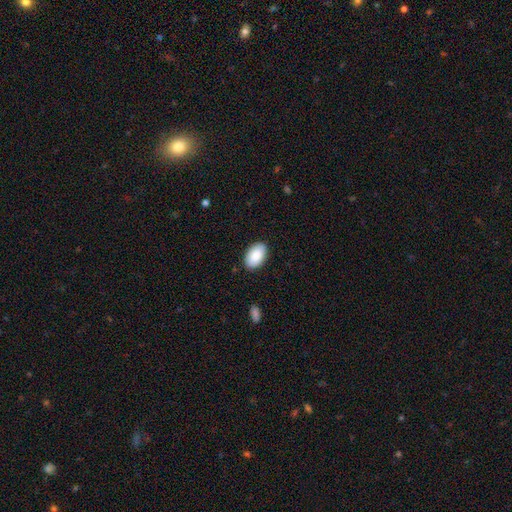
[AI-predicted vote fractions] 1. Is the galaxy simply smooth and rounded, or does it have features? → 89% smooth, 6% star or artifact, 6% featured or disk.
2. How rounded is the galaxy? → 94% in between, 5% round, 1% cigar-shaped.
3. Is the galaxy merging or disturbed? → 88% none, 9% minor disturbance, 2% major disturbance, 1% merger.